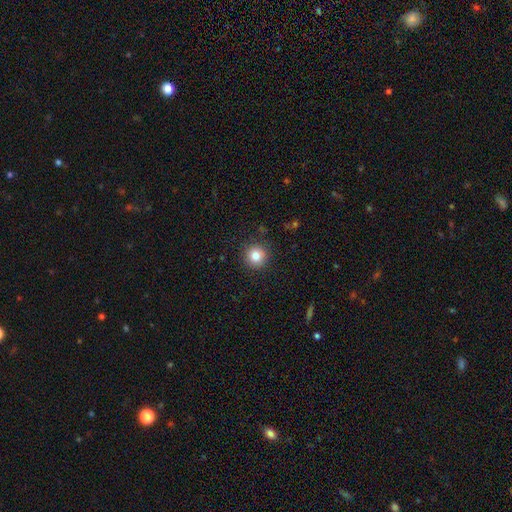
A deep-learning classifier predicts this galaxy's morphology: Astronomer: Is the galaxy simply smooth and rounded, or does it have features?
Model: smooth — 82%.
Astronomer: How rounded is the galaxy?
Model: round — 94%.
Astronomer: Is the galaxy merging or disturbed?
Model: none — 91%.